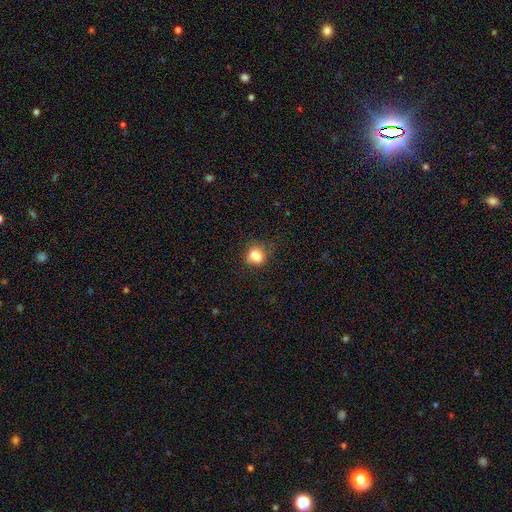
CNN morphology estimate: This is likely a smooth galaxy (80%). How rounded: possibly round (52%). Merging: possibly none (57%).